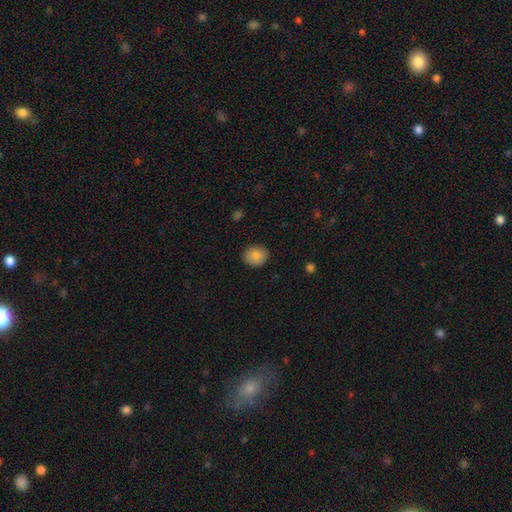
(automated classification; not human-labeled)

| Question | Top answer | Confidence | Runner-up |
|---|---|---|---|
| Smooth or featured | smooth | 85% | star or artifact (8%) |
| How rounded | round | 69% | in between (30%) |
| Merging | none | 88% | minor disturbance (9%) |